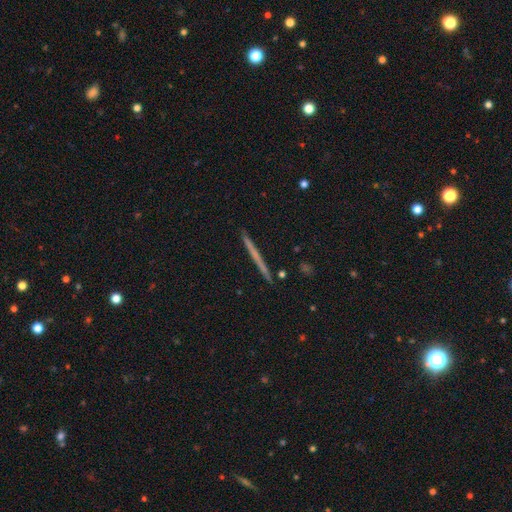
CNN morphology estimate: Smooth or featured? featured or disk (49%)
Merging? none (92%)